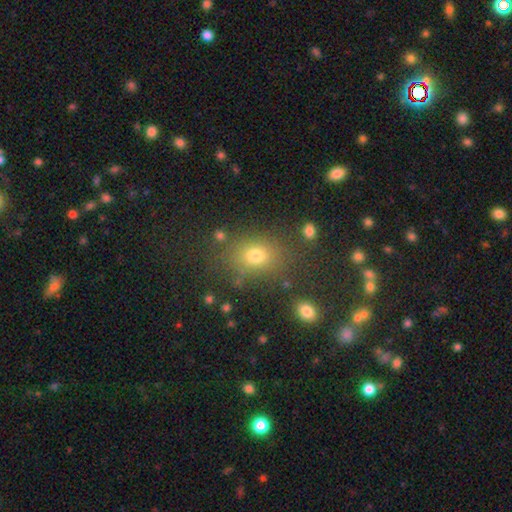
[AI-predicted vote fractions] This is likely a smooth galaxy (73%). How rounded: possibly in between (56%). Merging: likely none (75%).